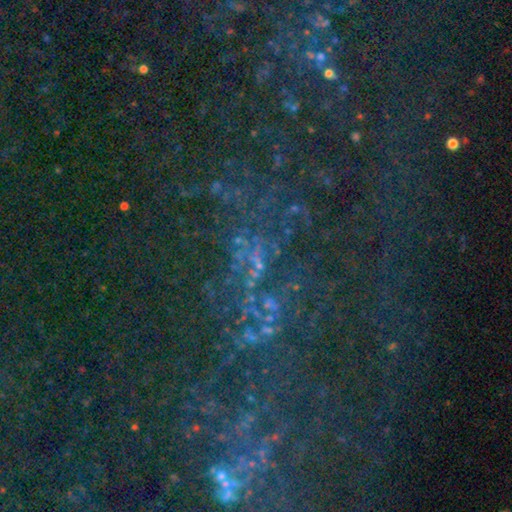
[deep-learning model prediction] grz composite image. It shows a star or artifact, not a galaxy (65%).